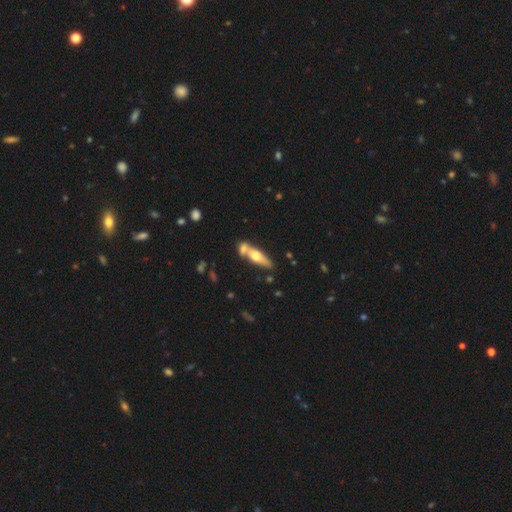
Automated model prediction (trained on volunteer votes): Smooth or featured: featured or disk — 49% (smooth — 45%)
Merging: none — 48% (merger — 35%)